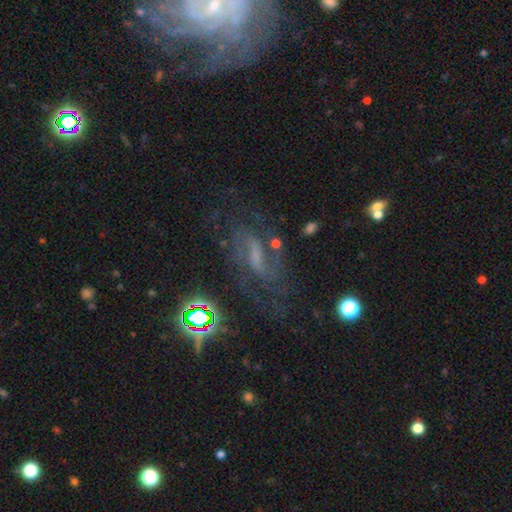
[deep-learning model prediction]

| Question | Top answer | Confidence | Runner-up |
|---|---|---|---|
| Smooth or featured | featured or disk | 70% | star or artifact (17%) |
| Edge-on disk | no | 91% | yes (9%) |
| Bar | weak | 45% | strong (36%) |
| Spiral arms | yes | 88% | no (12%) |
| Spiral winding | medium | 50% | tight (27%) |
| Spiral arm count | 2 | 64% | can't tell (21%) |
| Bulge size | none | 36% | small (33%) |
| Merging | none | 62% | minor disturbance (19%) |